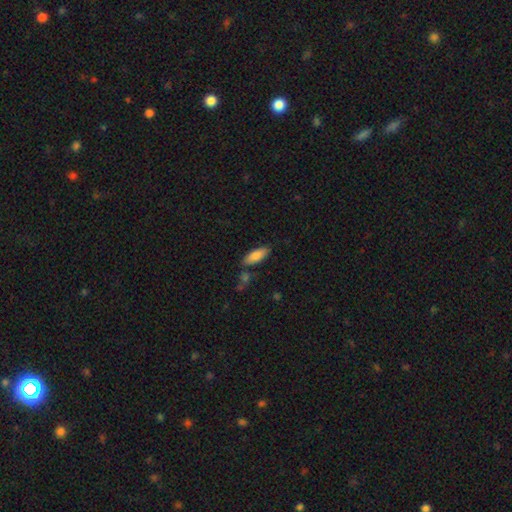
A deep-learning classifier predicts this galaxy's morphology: smooth_or_featured: smooth (p=0.82) [alt: featured or disk p=0.11]
how_rounded: in between (p=0.73) [alt: cigar-shaped p=0.25]
merging: none (p=0.78) [alt: minor disturbance p=0.13]